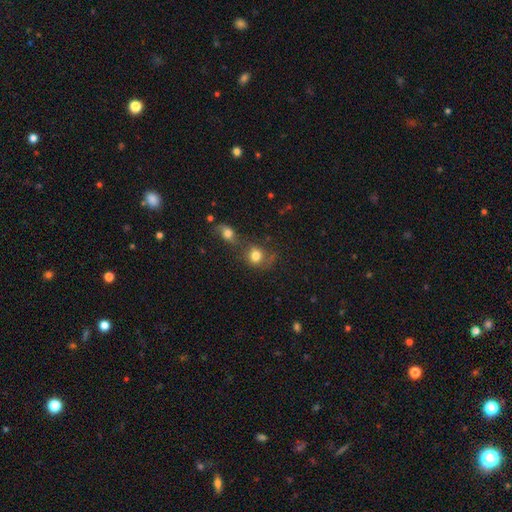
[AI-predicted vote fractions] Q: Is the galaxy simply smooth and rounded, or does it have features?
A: smooth — 79%.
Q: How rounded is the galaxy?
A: round — 75%.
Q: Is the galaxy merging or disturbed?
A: none — 45%.